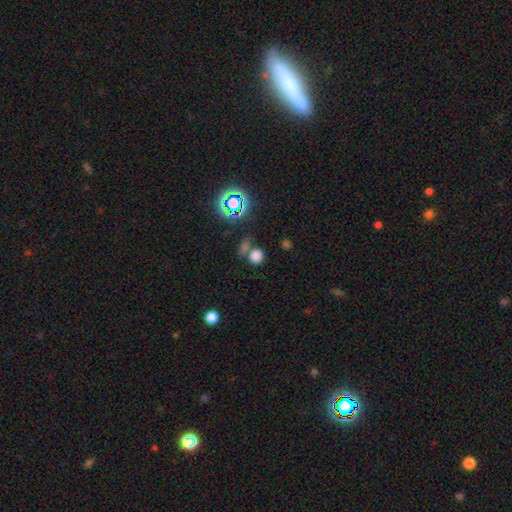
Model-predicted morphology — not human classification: A smooth galaxy with no disk features (72%) that is round (83%). Merging: none (57%).